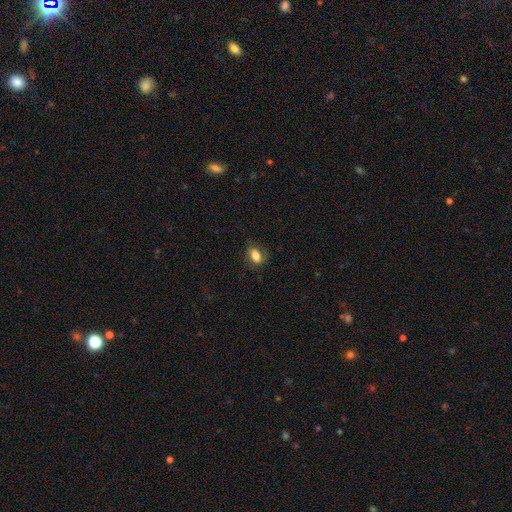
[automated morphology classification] A smooth galaxy with no disk features (74%) that is in between round and cigar-shaped (82%).

Vote fractions:
- Smooth or featured? smooth: 74% / featured or disk: 17% / star or artifact: 9%
- How rounded? in between: 82% / round: 15% / cigar-shaped: 3%
- Merging? none: 71% / minor disturbance: 20% / major disturbance: 8% / merger: 1%